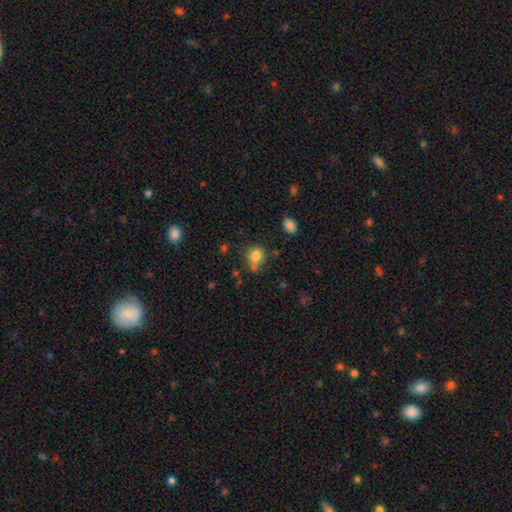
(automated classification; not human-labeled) Smooth or featured?
  - smooth: 80% *
  - star or artifact: 12%
  - featured or disk: 8%
How rounded?
  - round: 76% *
  - in between: 23%
  - cigar-shaped: 1%
Merging?
  - none: 57% *
  - minor disturbance: 22%
  - merger: 13%
  - major disturbance: 8%